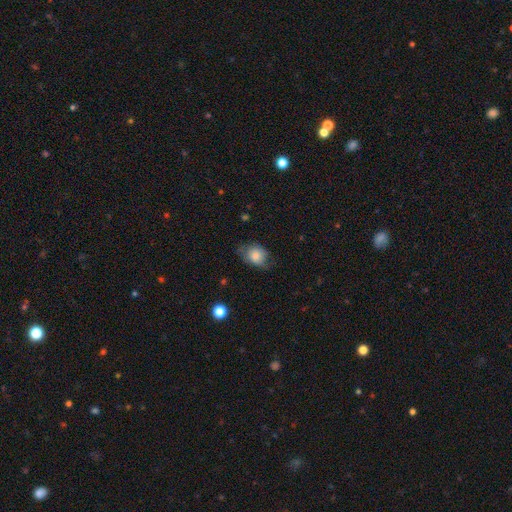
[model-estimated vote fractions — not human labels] Morphology: type=smooth (76%); roundness=in between (51%); merging=none (59%).